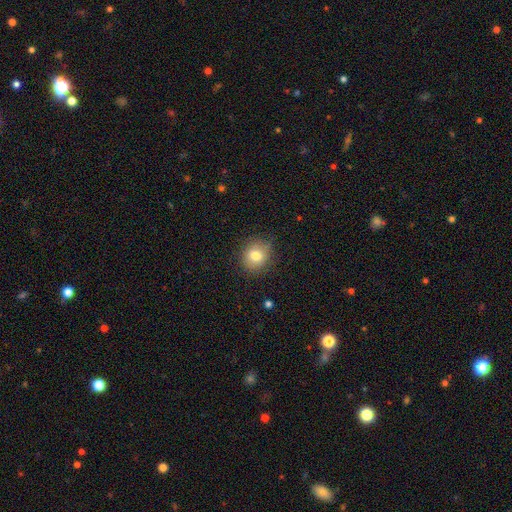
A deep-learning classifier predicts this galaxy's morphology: This appears to be a smooth galaxy with no disk features (78%) that is round (72%). Merging: none (81%).